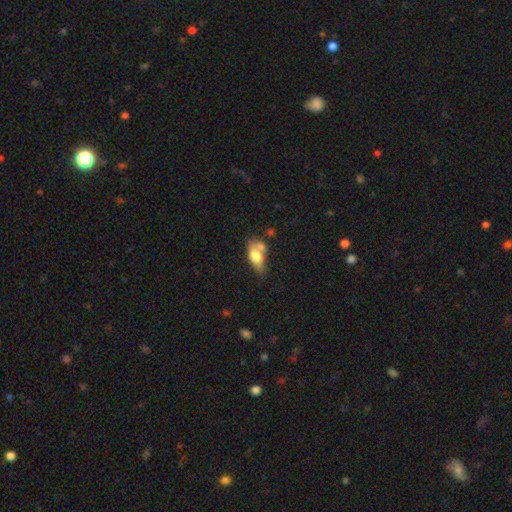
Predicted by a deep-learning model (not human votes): Smooth or featured: smooth — 65% (featured or disk — 27%)
How rounded: in between — 79% (cigar-shaped — 14%)
Merging: none — 35% (merger — 32%)